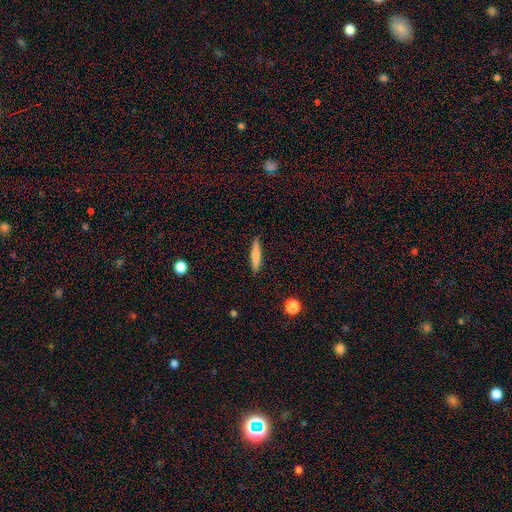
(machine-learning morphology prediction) This appears to be a smooth galaxy with no disk features (70%) that is cigar-shaped (90%). Merging: none (90%).